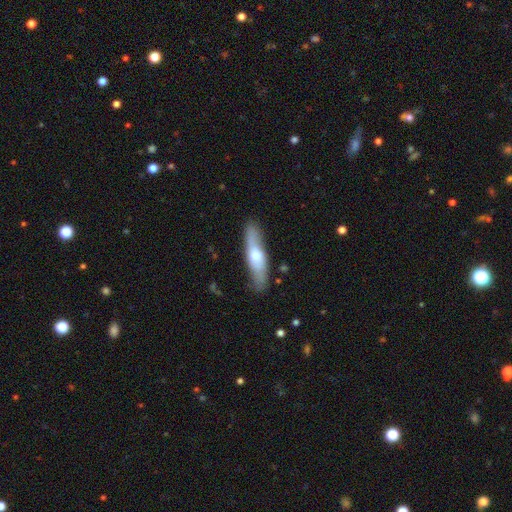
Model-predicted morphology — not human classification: smooth 48%, featured or disk 46%, star or artifact 6%. Down the decision tree: merging — none (81%).